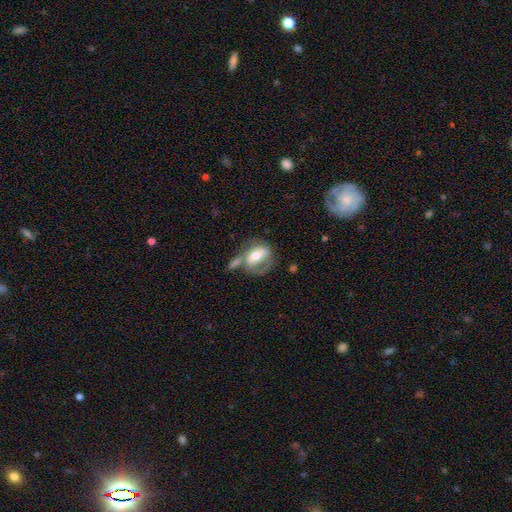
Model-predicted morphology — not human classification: The model was most divided on "merging": none: 31%, merger: 29%, major disturbance: 21%, minor disturbance: 19%. More confident: edge-on disk — no (92%); smooth or featured — featured or disk (51%).